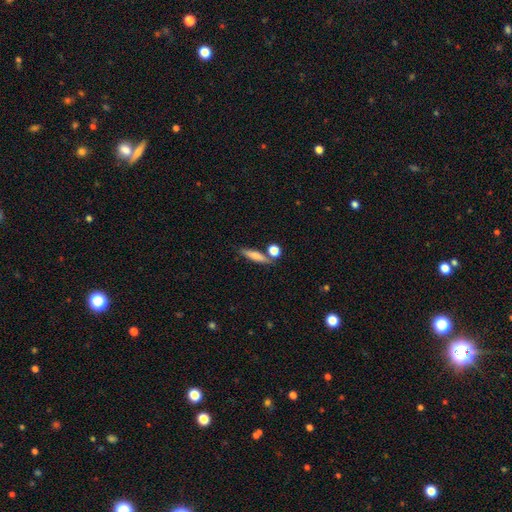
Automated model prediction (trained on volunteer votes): Q: Smooth or featured?
A: smooth (71%); runner-up: featured or disk (21%)
Q: How rounded?
A: cigar-shaped (68%); runner-up: in between (25%)
Q: Merging?
A: none (70%); runner-up: merger (14%)